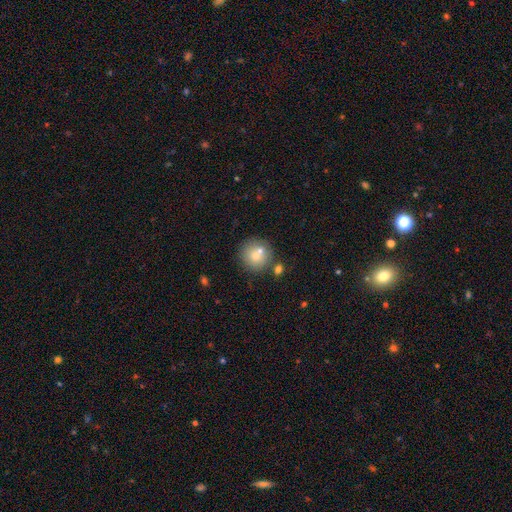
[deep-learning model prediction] smooth 72%, featured or disk 16%, star or artifact 11%. Down the decision tree: how rounded — round (92%); merging — none (66%).